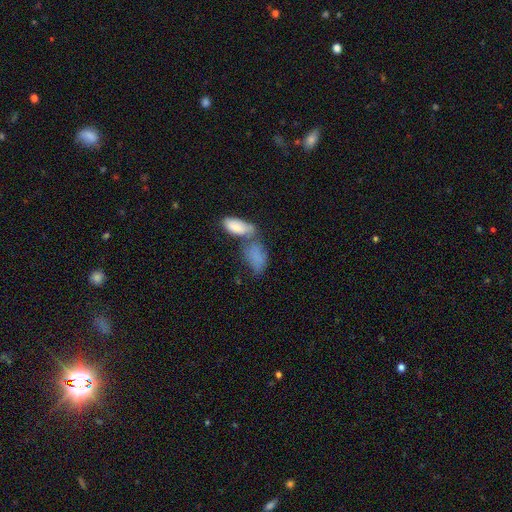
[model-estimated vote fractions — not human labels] The model was most divided on "merging": merger: 57%, none: 23%, minor disturbance: 12%, major disturbance: 8%. More confident: how rounded — in between (89%); smooth or featured — smooth (78%).